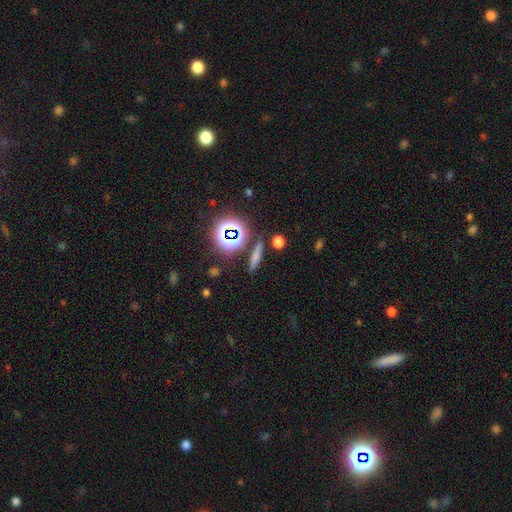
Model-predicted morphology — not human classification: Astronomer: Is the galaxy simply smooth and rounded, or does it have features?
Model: smooth — 60%.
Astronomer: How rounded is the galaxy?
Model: cigar-shaped — 70%.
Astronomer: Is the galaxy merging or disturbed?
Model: none — 82%.